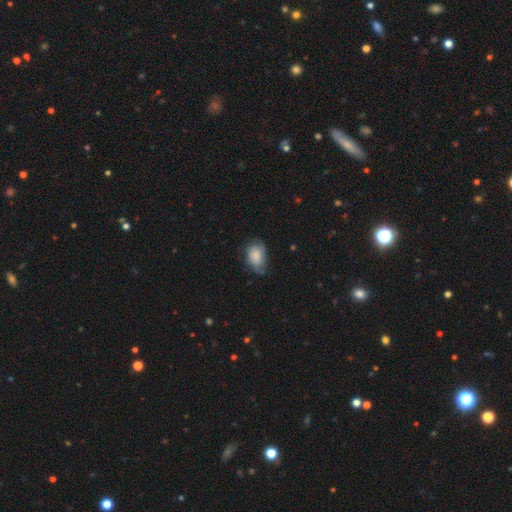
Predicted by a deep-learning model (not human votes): Morphology: type=smooth (70%); roundness=in between (84%); merging=none (54%).